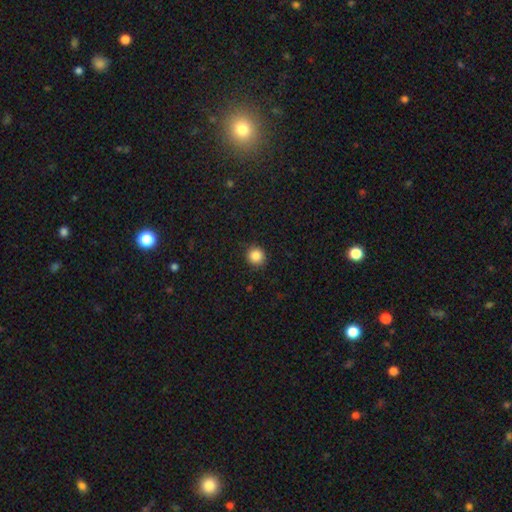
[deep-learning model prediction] Q: Smooth or featured?
A: smooth (86%); runner-up: star or artifact (10%)
Q: How rounded?
A: round (92%); runner-up: in between (7%)
Q: Merging?
A: none (89%); runner-up: minor disturbance (8%)